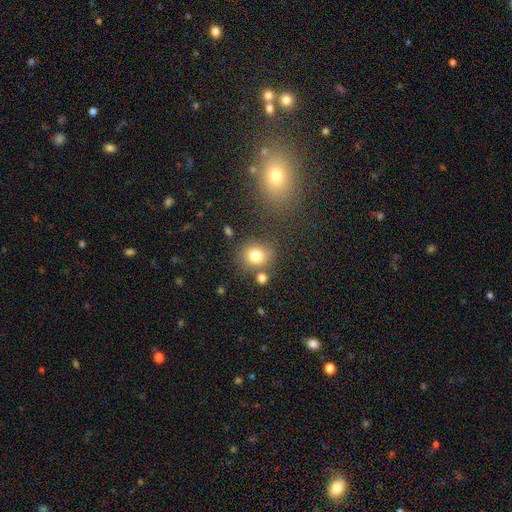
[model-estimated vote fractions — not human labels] Q: Smooth or featured?
A: smooth (77%); runner-up: star or artifact (13%)
Q: How rounded?
A: round (76%); runner-up: in between (23%)
Q: Merging?
A: none (70%); runner-up: minor disturbance (13%)